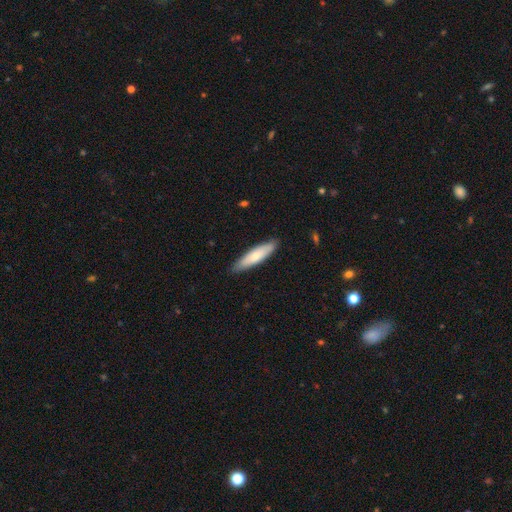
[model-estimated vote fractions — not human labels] Smooth or featured?
  - smooth: 71% *
  - featured or disk: 24%
  - star or artifact: 5%
How rounded?
  - cigar-shaped: 76% *
  - in between: 22%
  - round: 1%
Merging?
  - none: 87% *
  - minor disturbance: 10%
  - major disturbance: 2%
  - merger: 1%